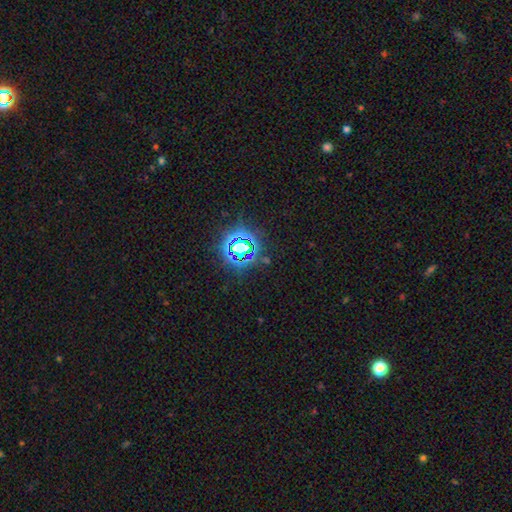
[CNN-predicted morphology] This is clearly a star or artifact rather than a galaxy (81%).